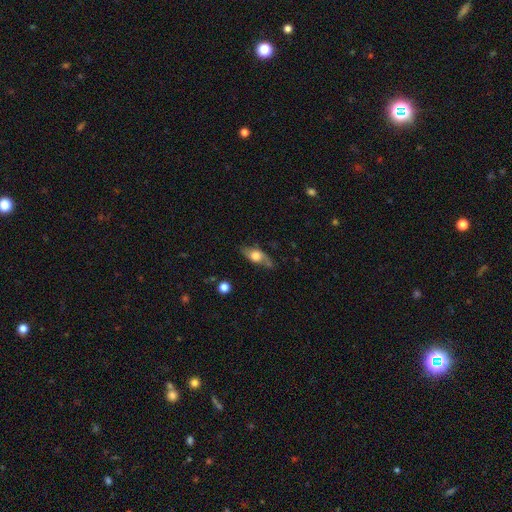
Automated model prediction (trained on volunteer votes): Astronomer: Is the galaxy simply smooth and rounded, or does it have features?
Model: featured or disk — 48% (runner-up: smooth, 44%).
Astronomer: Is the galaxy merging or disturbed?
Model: none — 67%.